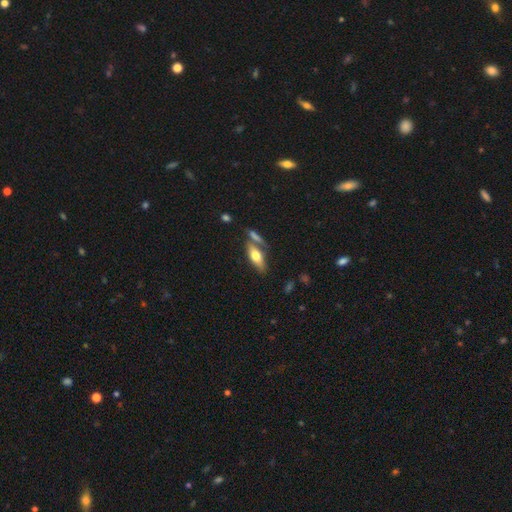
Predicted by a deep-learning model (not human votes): Q: Smooth or featured?
A: smooth (58%); runner-up: featured or disk (35%)
Q: How rounded?
A: in between (64%); runner-up: cigar-shaped (33%)
Q: Merging?
A: none (60%); runner-up: merger (22%)